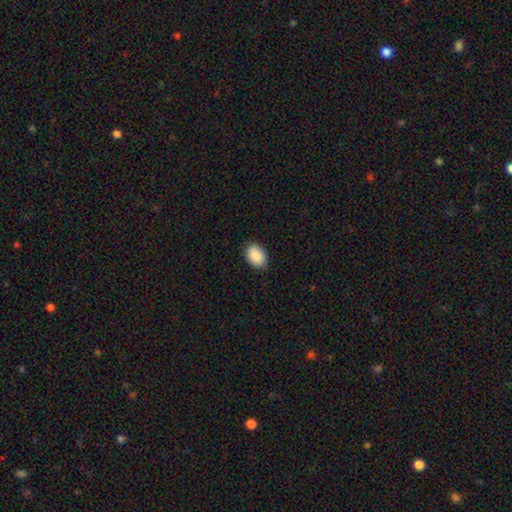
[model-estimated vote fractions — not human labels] A smooth galaxy with no disk features (90%) that is in between round and cigar-shaped (89%).

Vote fractions:
- Smooth or featured? smooth: 90% / star or artifact: 6% / featured or disk: 3%
- How rounded? in between: 89% / round: 10% / cigar-shaped: 1%
- Merging? none: 88% / minor disturbance: 9% / major disturbance: 2% / merger: 1%